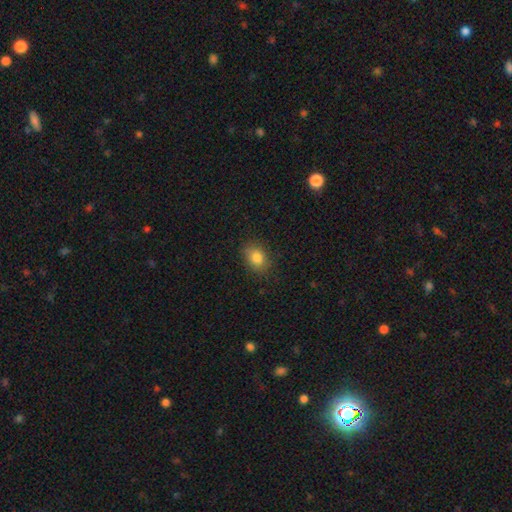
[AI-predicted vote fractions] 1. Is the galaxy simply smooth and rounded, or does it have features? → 83% smooth, 10% star or artifact, 7% featured or disk.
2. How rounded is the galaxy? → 57% in between, 42% round, 1% cigar-shaped.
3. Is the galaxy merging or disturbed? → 83% none, 13% minor disturbance, 3% major disturbance, 1% merger.